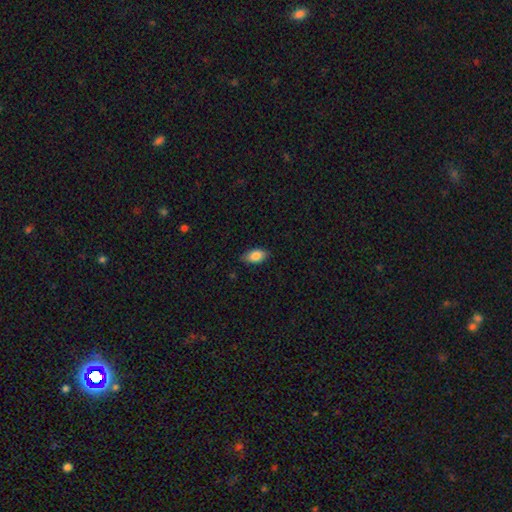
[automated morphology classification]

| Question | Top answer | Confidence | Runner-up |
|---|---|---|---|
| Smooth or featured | smooth | 86% | featured or disk (7%) |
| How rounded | in between | 92% | cigar-shaped (4%) |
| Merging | none | 82% | minor disturbance (15%) |